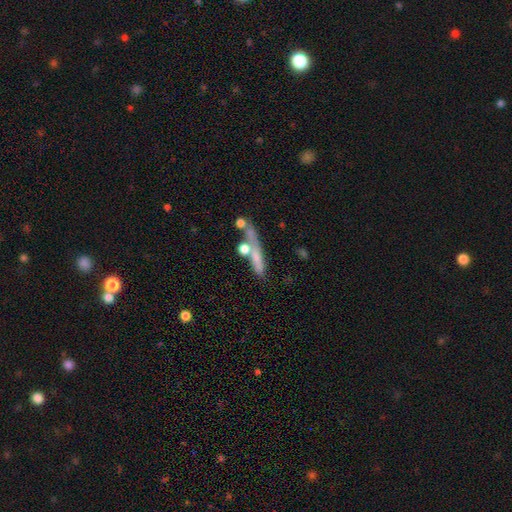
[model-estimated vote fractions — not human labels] Q: Smooth or featured?
A: smooth (50%); runner-up: featured or disk (39%)
Q: Merging?
A: none (43%); runner-up: merger (24%)